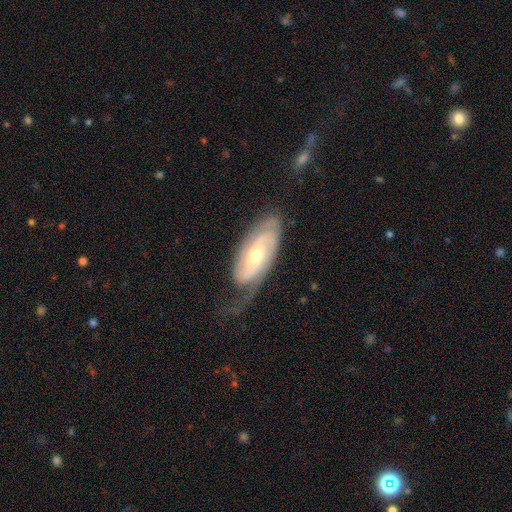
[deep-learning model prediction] smooth-or-featured: featured or disk: 80% | smooth: 14% | star or artifact: 5%
  disk-edge-on: no: 92% | yes: 8%
    bar: no: 56% | weak: 34% | strong: 10%
    has-spiral-arms: yes: 94% | no: 6%
      spiral-winding: tight: 56% | medium: 32% | loose: 11%
      spiral-arm-count: 2: 52% | can't tell: 24% | 1: 11% | 3: 8% | 4: 3% | more than 4: 2%
    bulge-size: moderate: 50% | small: 45% | large: 3% | none: 1% | dominant: 1%
  merging: none: 52% | minor disturbance: 27% | major disturbance: 18% | merger: 2%